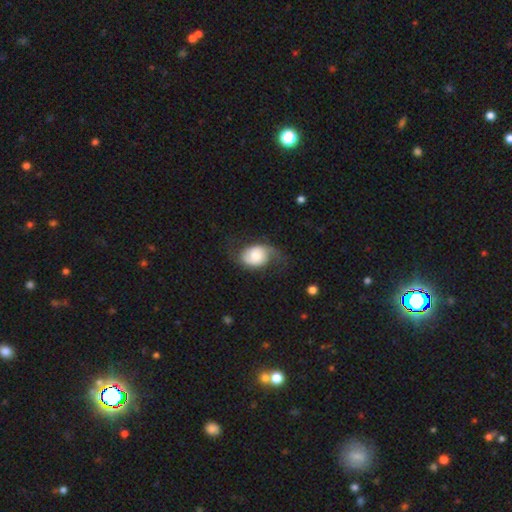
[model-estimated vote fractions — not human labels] This is possibly a featured or disk galaxy (47%). Merging: marginally none (45%).